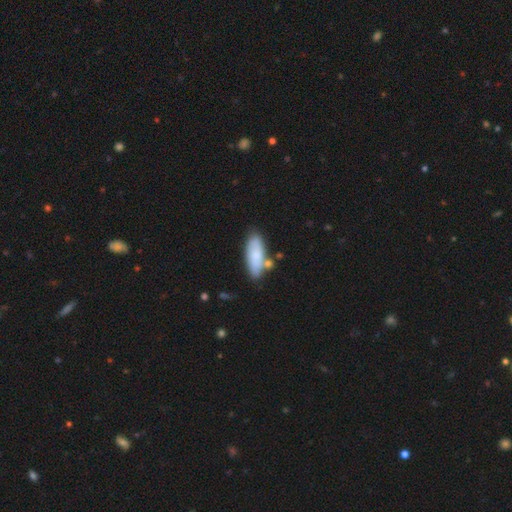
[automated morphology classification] This is likely a smooth galaxy (77%). How rounded: likely in between (70%). Merging: likely none (68%).